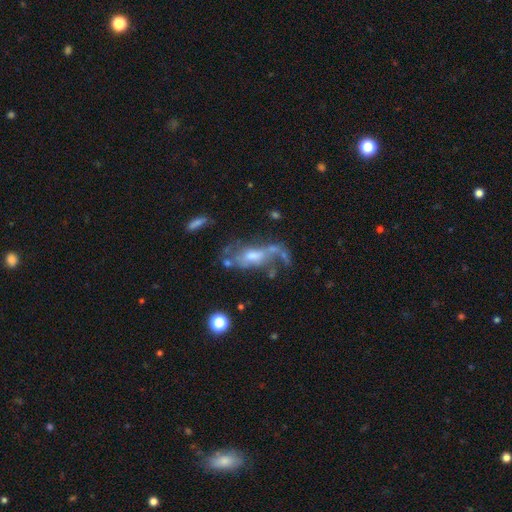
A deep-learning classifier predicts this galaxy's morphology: smooth_or_featured: featured or disk (p=0.69) [alt: smooth p=0.20]
disk_edge_on: no (p=0.87) [alt: yes p=0.13]
bar: no (p=0.58) [alt: weak p=0.32]
has_spiral_arms: yes (p=0.64) [alt: no p=0.36]
bulge_size: moderate (p=0.52) [alt: small p=0.30]
merging: major disturbance (p=0.34) [alt: none p=0.32]